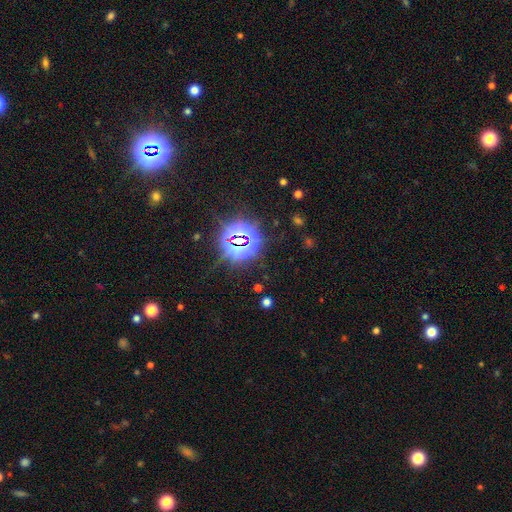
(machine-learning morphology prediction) The model was most divided on "smooth or featured": star or artifact: 82%, smooth: 11%, featured or disk: 7%.